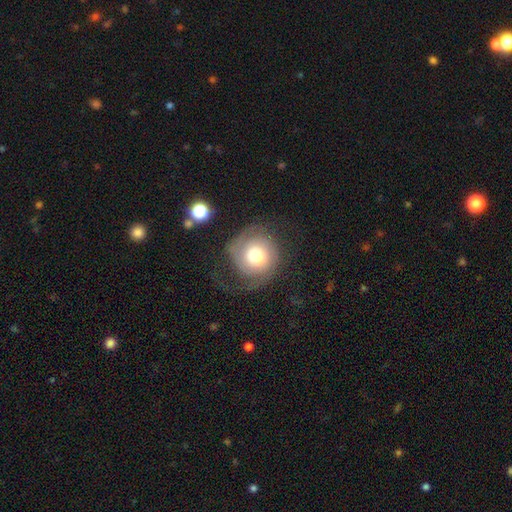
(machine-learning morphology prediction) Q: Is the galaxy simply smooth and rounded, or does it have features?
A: featured or disk — 59%.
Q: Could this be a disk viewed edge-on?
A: no — 98%.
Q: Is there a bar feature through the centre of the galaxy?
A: no — 72%.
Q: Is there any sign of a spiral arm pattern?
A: yes — 87%.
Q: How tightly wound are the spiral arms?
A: medium — 39%.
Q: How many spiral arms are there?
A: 2 — 59%.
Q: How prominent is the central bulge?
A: large — 44%.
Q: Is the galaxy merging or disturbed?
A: none — 51%.